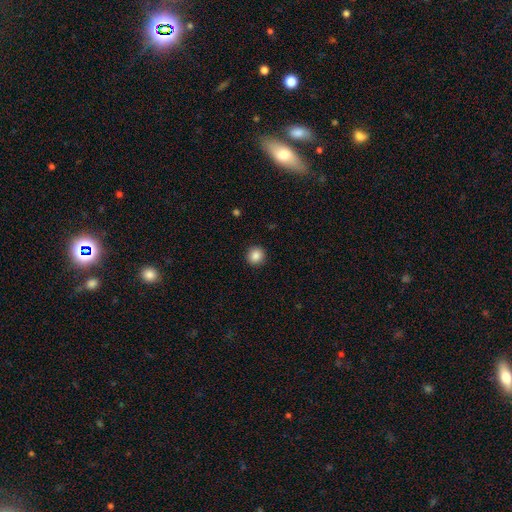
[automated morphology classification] Q: Smooth or featured?
A: smooth (87%); runner-up: star or artifact (9%)
Q: How rounded?
A: round (92%); runner-up: in between (7%)
Q: Merging?
A: none (92%); runner-up: minor disturbance (5%)